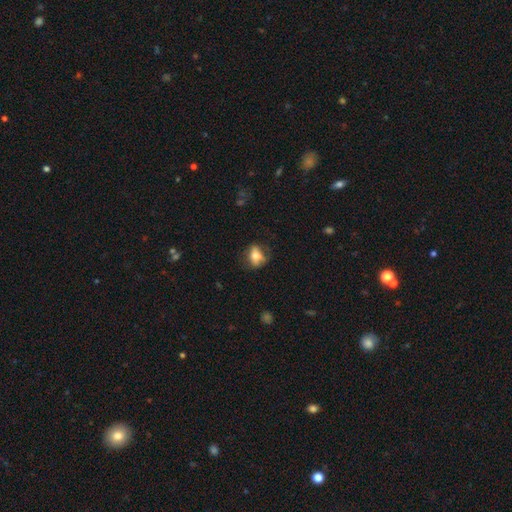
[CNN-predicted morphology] smooth 64%, featured or disk 27%, star or artifact 9%. Down the decision tree: how rounded — in between (66%); merging — none (61%).